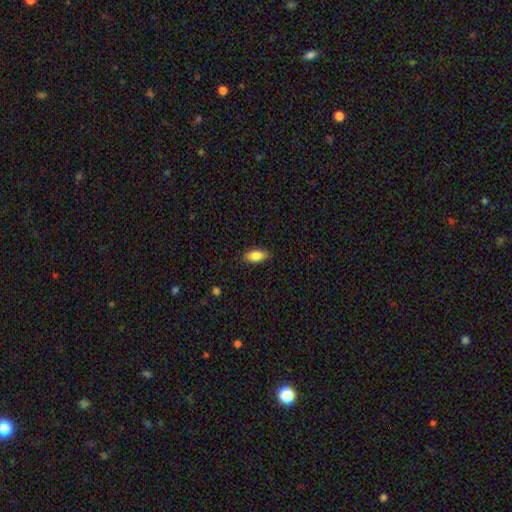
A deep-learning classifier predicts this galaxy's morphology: Smooth or featured? Predicted: smooth (p=0.86). How rounded? Predicted: in between (p=0.89). Merging? Predicted: none (p=0.84).